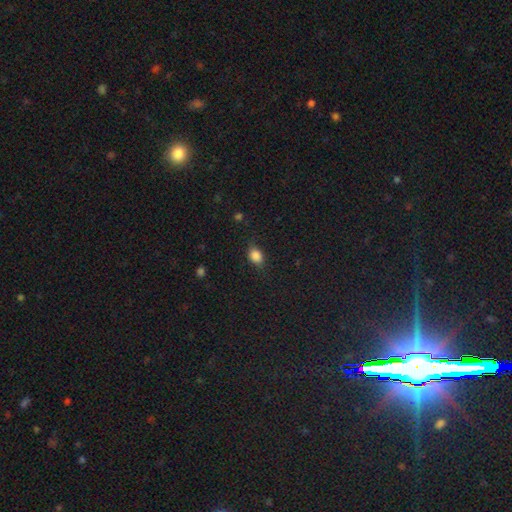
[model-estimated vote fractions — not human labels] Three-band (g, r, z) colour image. It shows a smooth galaxy with no disk features (84%) that is in between round and cigar-shaped (70%). Merging: none (70%).